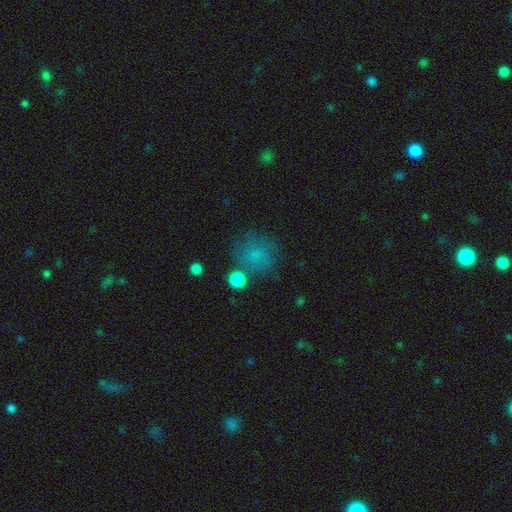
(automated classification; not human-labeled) Smooth or featured: smooth — 71% (star or artifact — 15%)
How rounded: round — 77% (in between — 22%)
Merging: none — 62% (minor disturbance — 19%)